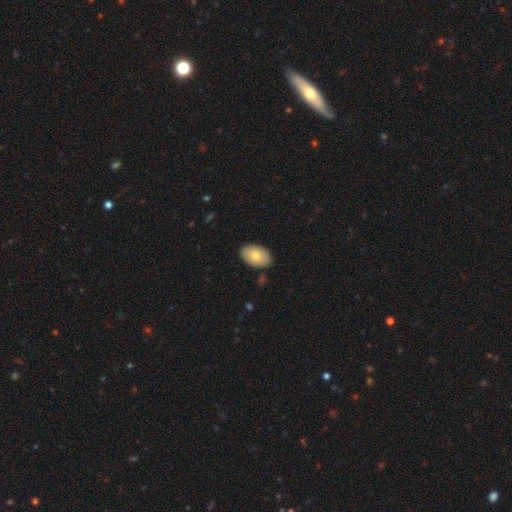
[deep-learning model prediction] This is likely a smooth galaxy (78%). How rounded: clearly in between (92%). Merging: clearly none (87%).